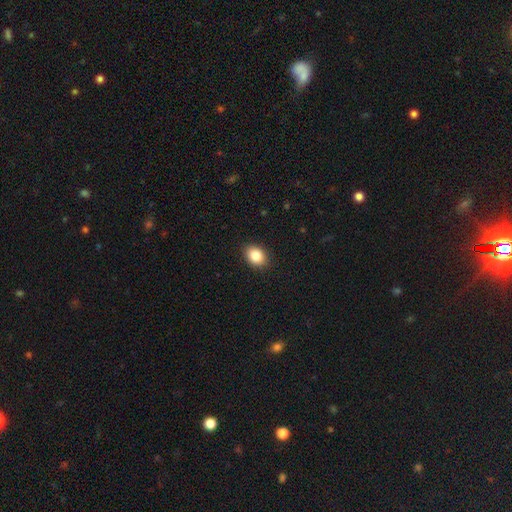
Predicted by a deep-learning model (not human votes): Smooth or featured: smooth — 85% (star or artifact — 9%)
How rounded: in between — 66% (round — 33%)
Merging: none — 90% (minor disturbance — 7%)